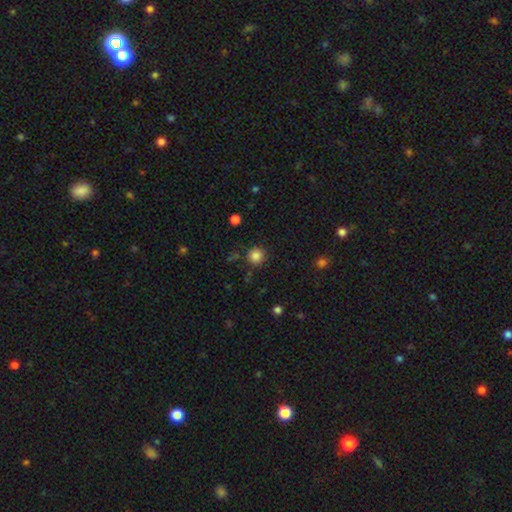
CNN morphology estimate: Q: Smooth or featured?
A: smooth (85%); runner-up: star or artifact (11%)
Q: How rounded?
A: round (93%); runner-up: in between (6%)
Q: Merging?
A: none (86%); runner-up: minor disturbance (8%)